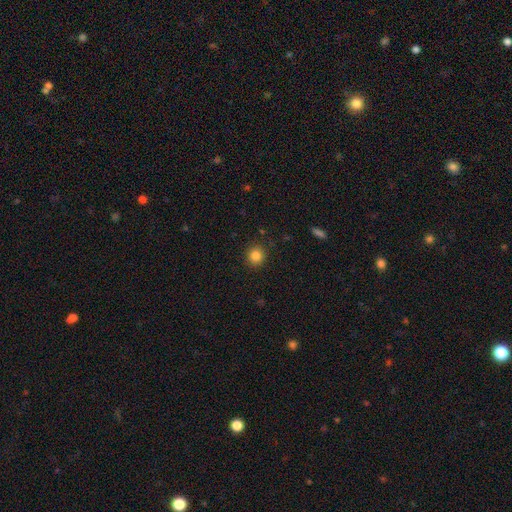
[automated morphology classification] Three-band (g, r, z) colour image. It shows a smooth galaxy with no disk features (84%) that is round (90%). Merging: none (89%).